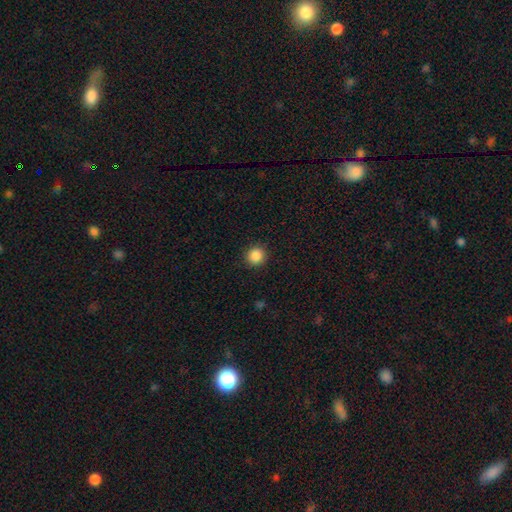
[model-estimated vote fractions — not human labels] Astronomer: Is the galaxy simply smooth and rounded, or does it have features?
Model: smooth — 87%.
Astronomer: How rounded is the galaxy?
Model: round — 93%.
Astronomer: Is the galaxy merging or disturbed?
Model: none — 91%.